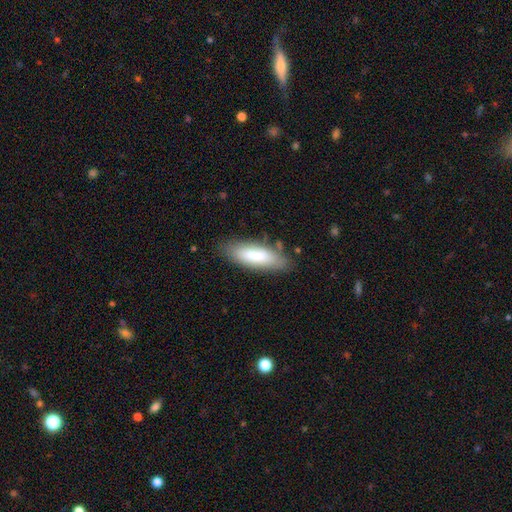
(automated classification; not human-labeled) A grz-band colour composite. It shows a smooth galaxy with no disk features (74%) that is in between round and cigar-shaped (60%). Merging: none (78%).